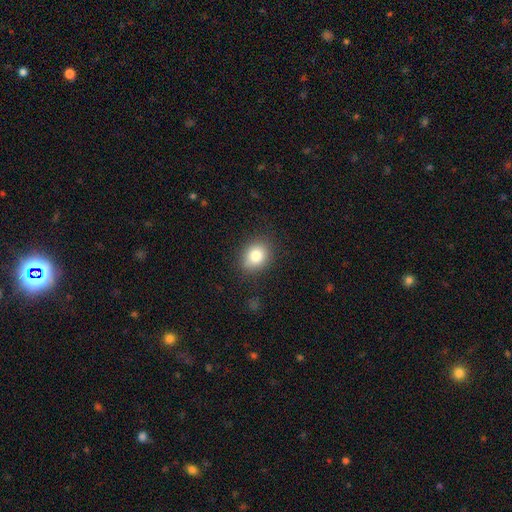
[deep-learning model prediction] Morphology: type=smooth (82%); roundness=round (52%); merging=none (82%).